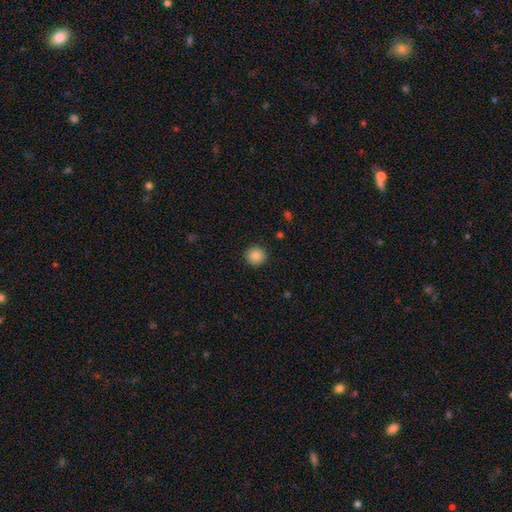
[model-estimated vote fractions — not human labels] Overall: smooth (85%). How rounded: round (95%). Merging: none (92%).